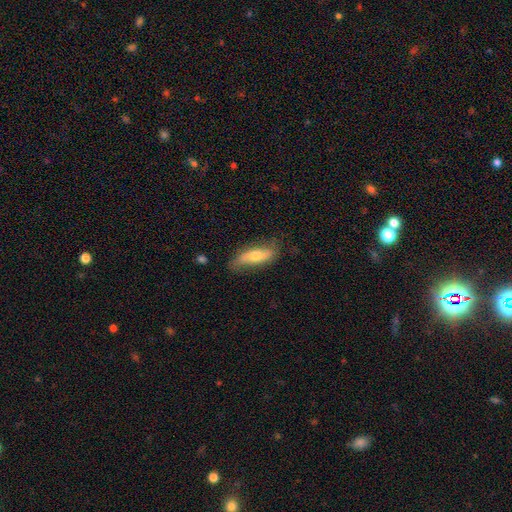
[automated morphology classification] Smooth or featured: smooth — 50% (featured or disk — 44%)
Merging: none — 71% (minor disturbance — 22%)